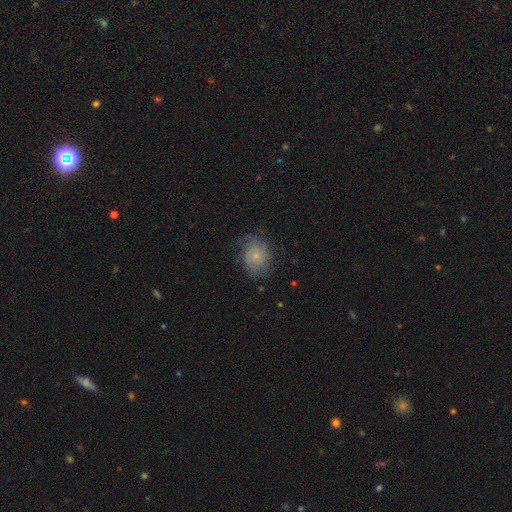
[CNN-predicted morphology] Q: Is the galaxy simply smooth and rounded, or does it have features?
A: featured or disk — 51%.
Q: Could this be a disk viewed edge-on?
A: no — 97%.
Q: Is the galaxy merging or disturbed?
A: none — 62%.